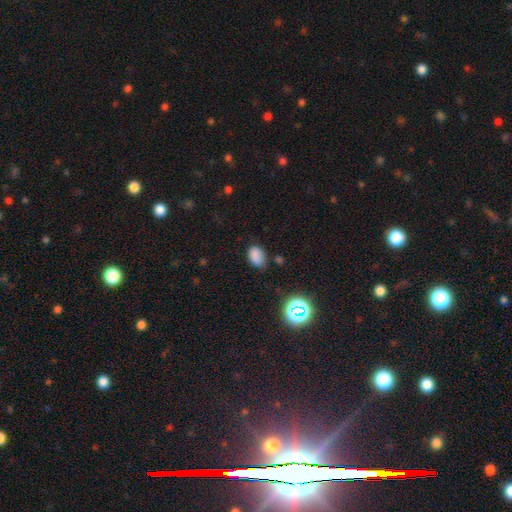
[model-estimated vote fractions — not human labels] Smooth or featured?
  - smooth: 80% *
  - star or artifact: 14%
  - featured or disk: 5%
How rounded?
  - in between: 85% *
  - round: 14%
  - cigar-shaped: 1%
Merging?
  - none: 67% *
  - minor disturbance: 25%
  - major disturbance: 5%
  - merger: 3%